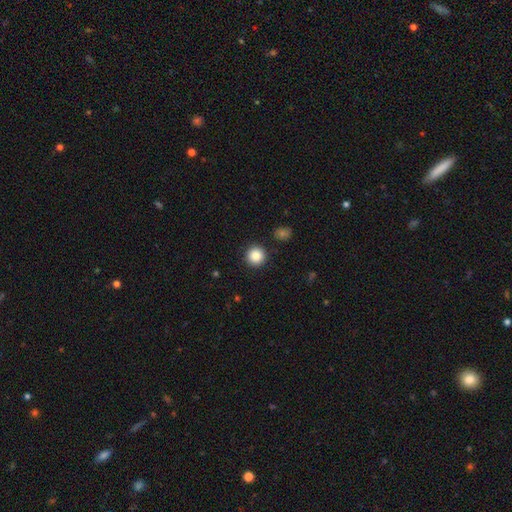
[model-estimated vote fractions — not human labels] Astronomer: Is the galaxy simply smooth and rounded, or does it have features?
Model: smooth — 86%.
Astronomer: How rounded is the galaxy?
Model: round — 95%.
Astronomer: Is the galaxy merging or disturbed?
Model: none — 91%.